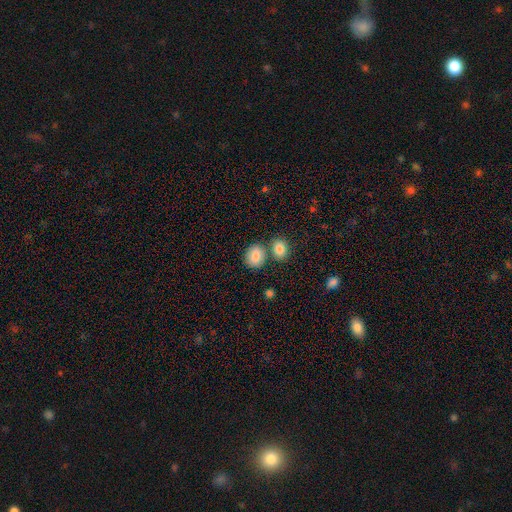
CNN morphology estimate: type=smooth (86%); roundness=round (54%); merging=none (63%).